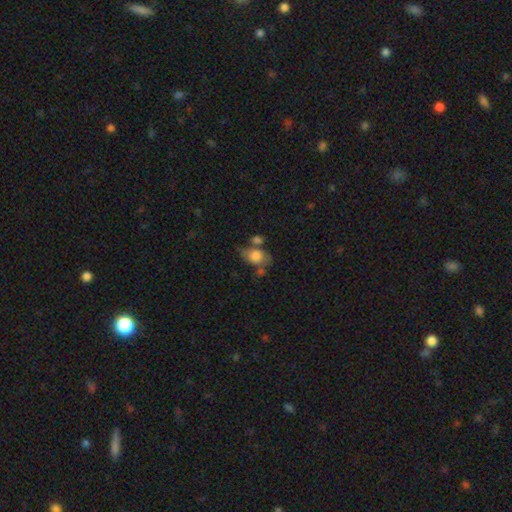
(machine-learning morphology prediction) type=smooth (72%); roundness=in between (69%); merging=none (37%).